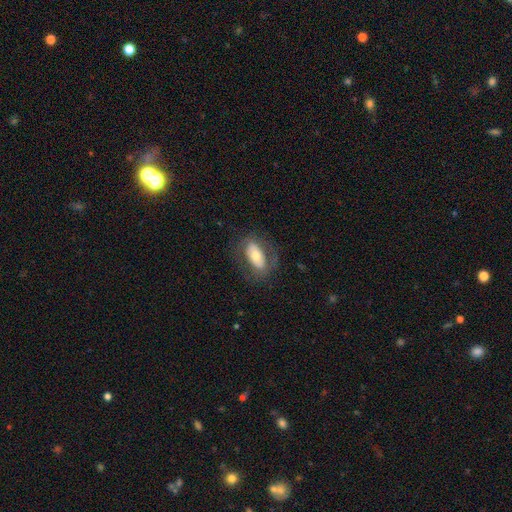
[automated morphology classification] smooth 52%, featured or disk 41%, star or artifact 7%. Down the decision tree: how rounded — in between (89%); merging — none (72%).